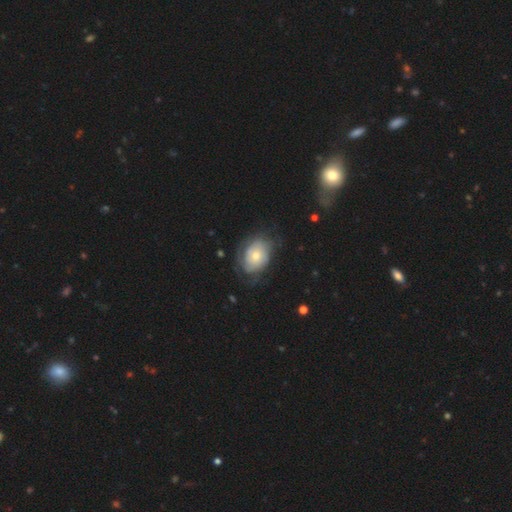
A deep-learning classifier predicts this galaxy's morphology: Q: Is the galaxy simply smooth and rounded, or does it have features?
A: featured or disk — 57%.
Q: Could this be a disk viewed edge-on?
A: no — 96%.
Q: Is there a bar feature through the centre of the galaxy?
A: no — 82%.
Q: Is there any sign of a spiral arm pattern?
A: yes — 76%.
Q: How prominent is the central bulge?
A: moderate — 51%.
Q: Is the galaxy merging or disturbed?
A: none — 60%.